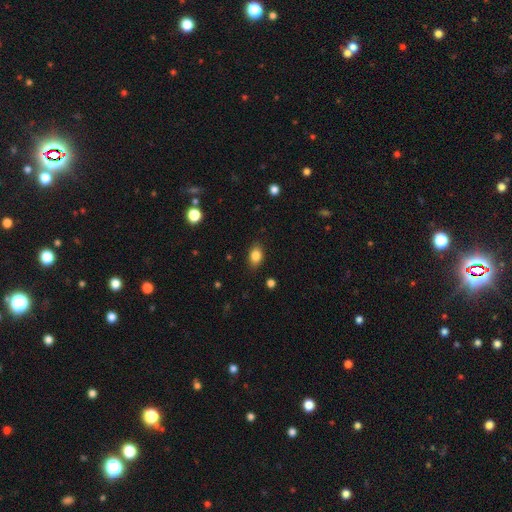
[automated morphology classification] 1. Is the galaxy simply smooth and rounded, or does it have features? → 85% smooth, 9% star or artifact, 6% featured or disk.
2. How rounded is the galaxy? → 79% in between, 20% round, 2% cigar-shaped.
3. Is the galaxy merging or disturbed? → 85% none, 11% minor disturbance, 3% major disturbance, 1% merger.